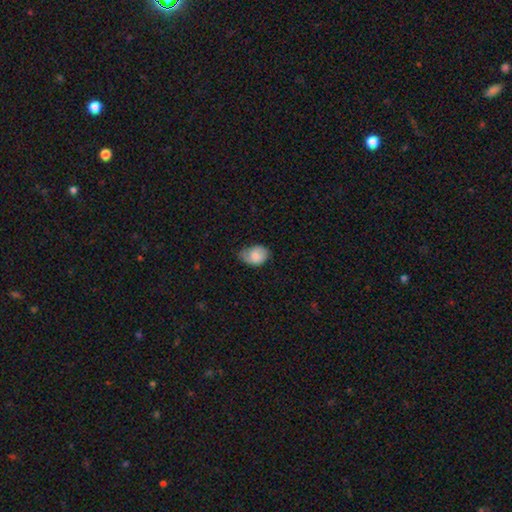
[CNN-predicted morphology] Smooth or featured?
  - smooth: 72% *
  - featured or disk: 21%
  - star or artifact: 7%
How rounded?
  - in between: 78% *
  - round: 21%
  - cigar-shaped: 1%
Merging?
  - none: 56% *
  - minor disturbance: 35%
  - major disturbance: 8%
  - merger: 1%